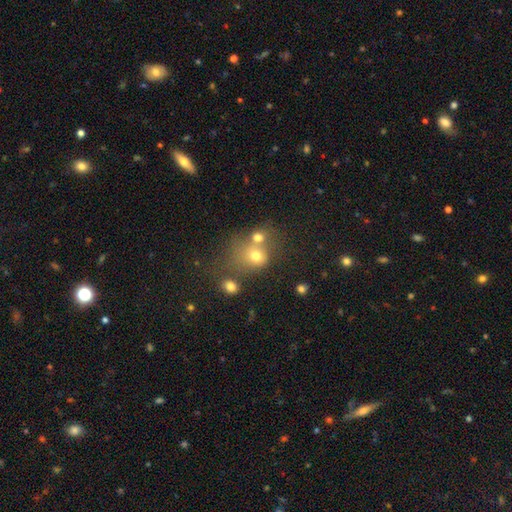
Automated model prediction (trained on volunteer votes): The model was most divided on "merging": merger: 45%, none: 35%, minor disturbance: 11%, major disturbance: 9%. More confident: how rounded — round (71%); smooth or featured — smooth (68%).